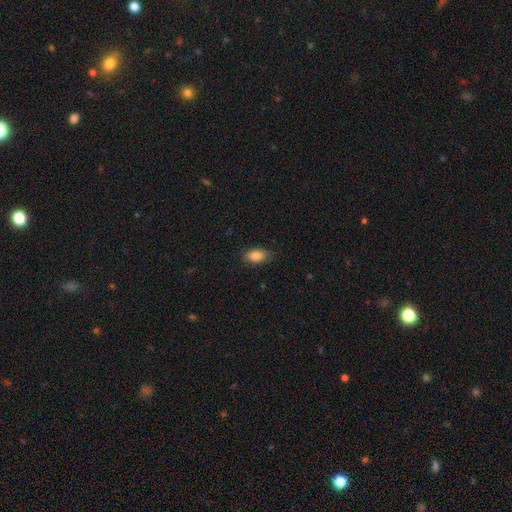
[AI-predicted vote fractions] The model was most divided on "merging": none: 79%, minor disturbance: 17%, major disturbance: 3%, merger: 1%. More confident: how rounded — in between (90%); smooth or featured — smooth (87%).